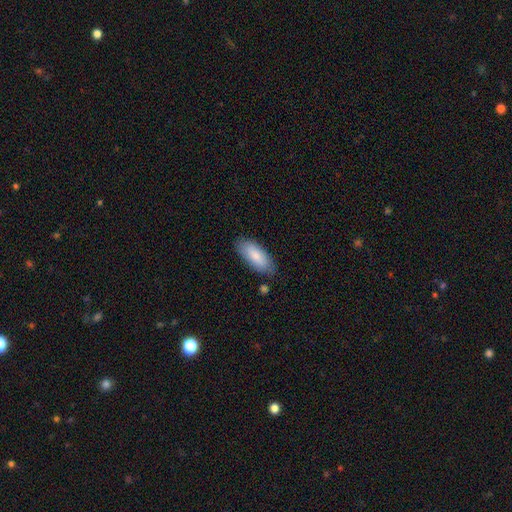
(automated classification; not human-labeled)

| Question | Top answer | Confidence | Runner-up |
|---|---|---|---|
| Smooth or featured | smooth | 83% | featured or disk (12%) |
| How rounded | in between | 83% | cigar-shaped (16%) |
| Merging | none | 80% | minor disturbance (15%) |